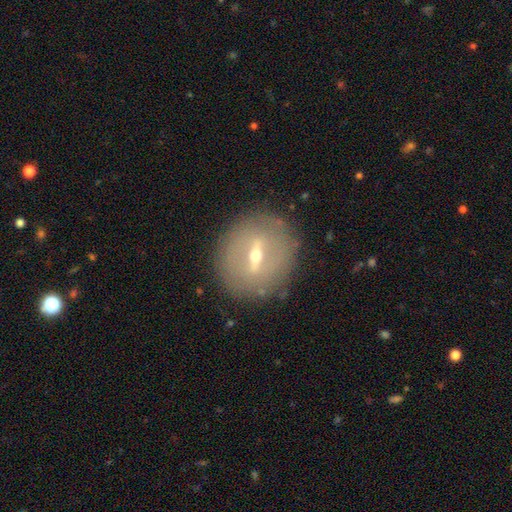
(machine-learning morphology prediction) smooth_or_featured: featured or disk (p=0.71) [alt: smooth p=0.21]
disk_edge_on: no (p=0.69) [alt: yes p=0.31]
merging: none (p=0.85) [alt: minor disturbance p=0.10]